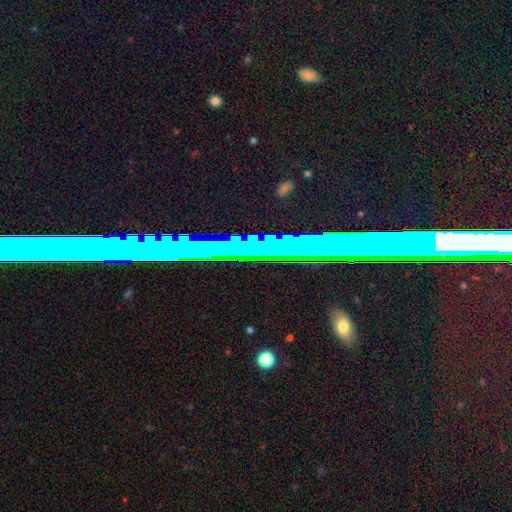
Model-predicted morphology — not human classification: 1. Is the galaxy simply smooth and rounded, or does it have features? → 58% star or artifact, 27% featured or disk, 16% smooth.